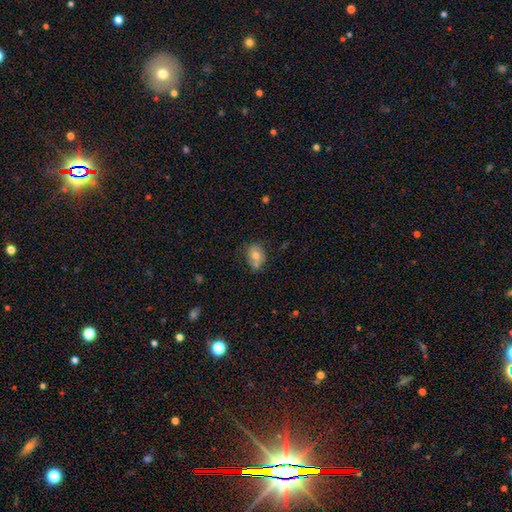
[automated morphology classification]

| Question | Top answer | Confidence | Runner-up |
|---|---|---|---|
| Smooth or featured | smooth | 68% | featured or disk (23%) |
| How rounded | in between | 57% | round (42%) |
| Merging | none | 51% | minor disturbance (25%) |